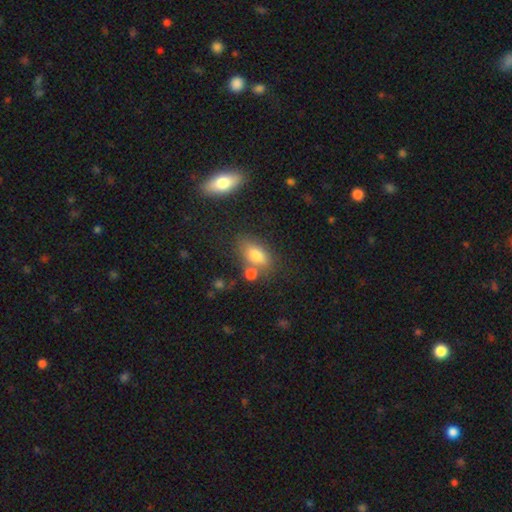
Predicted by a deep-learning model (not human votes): Overall: smooth (77%). How rounded: in between (84%). Merging: none (59%; merger 21%).